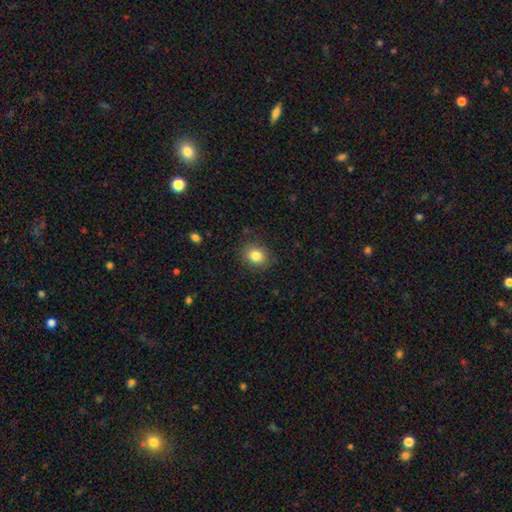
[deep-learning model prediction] The model was most divided on "how rounded": round: 69%, in between: 30%, cigar-shaped: 1%. More confident: merging — none (86%); smooth or featured — smooth (83%).